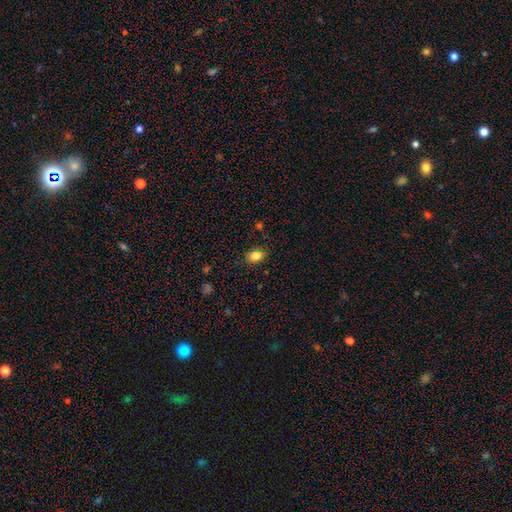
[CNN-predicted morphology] smooth_or_featured: smooth (p=0.83) [alt: star or artifact p=0.09]
how_rounded: in between (p=0.75) [alt: round p=0.23]
merging: none (p=0.84) [alt: minor disturbance p=0.12]